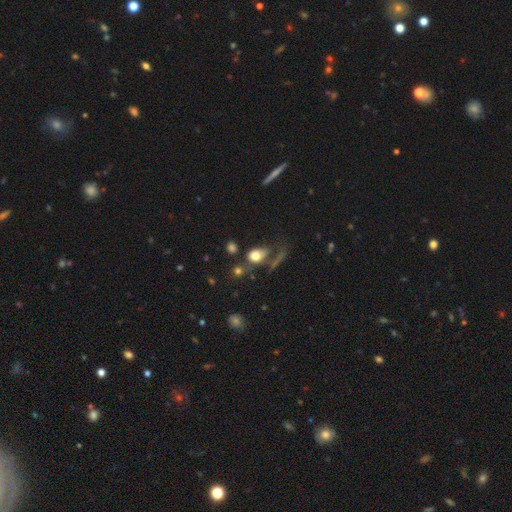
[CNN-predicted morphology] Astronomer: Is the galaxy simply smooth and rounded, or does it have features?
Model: smooth — 72%.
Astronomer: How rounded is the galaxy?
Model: in between — 67%.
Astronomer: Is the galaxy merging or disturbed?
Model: none — 34% (runner-up: major disturbance, 30%).